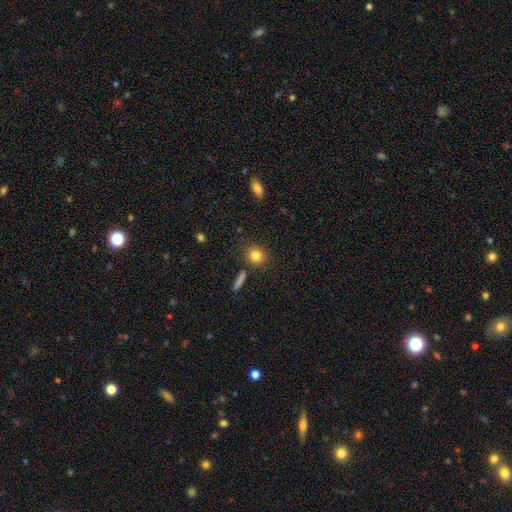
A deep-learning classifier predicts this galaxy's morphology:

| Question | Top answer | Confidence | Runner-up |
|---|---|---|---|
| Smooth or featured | smooth | 82% | star or artifact (10%) |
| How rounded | round | 76% | in between (22%) |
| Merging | none | 80% | minor disturbance (10%) |